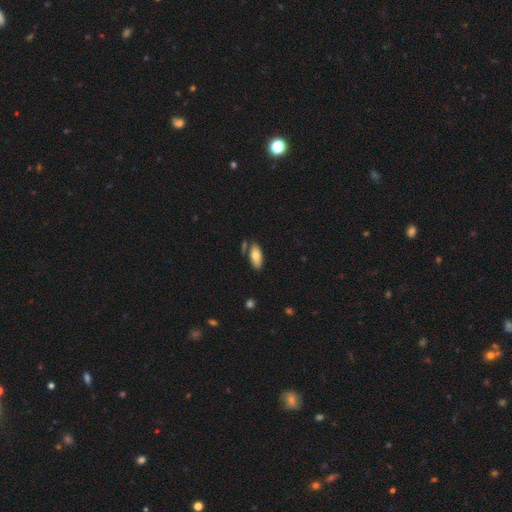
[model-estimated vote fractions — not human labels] Smooth or featured: smooth — 81% (featured or disk — 13%)
How rounded: in between — 86% (cigar-shaped — 12%)
Merging: none — 72% (minor disturbance — 16%)